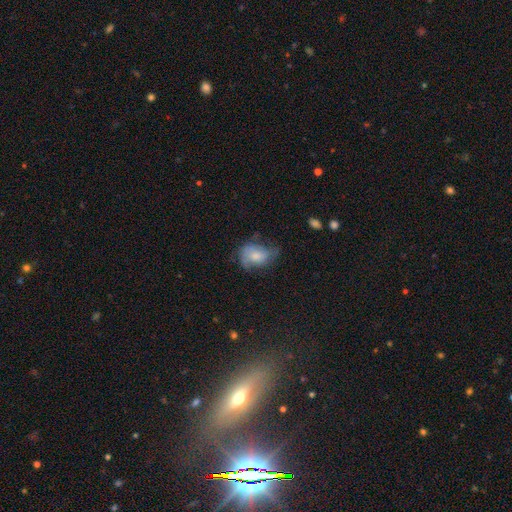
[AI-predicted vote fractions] Overall: smooth (63%; featured or disk 29%). How rounded: in between (75%). Merging: none (37%; minor disturbance 36%).